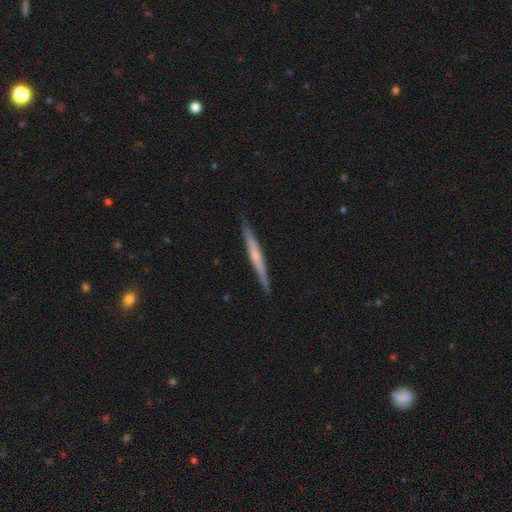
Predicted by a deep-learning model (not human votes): Smooth or featured: featured or disk — 57% (smooth — 37%)
Edge-on disk: yes — 97% (no — 3%)
Edge-on bulge: none — 55% (rounded — 38%)
Merging: none — 90% (minor disturbance — 8%)